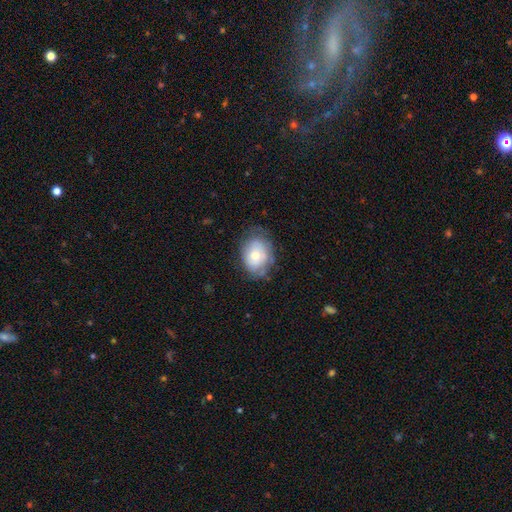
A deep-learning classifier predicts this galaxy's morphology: smooth_or_featured: smooth (p=0.56) [alt: featured or disk p=0.36]
how_rounded: in between (p=0.67) [alt: round p=0.32]
merging: none (p=0.63) [alt: minor disturbance p=0.25]